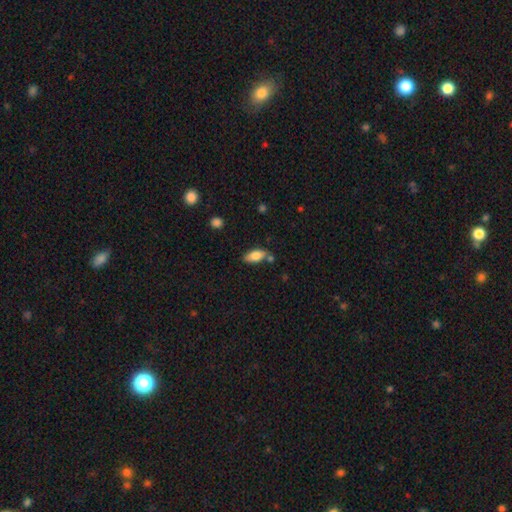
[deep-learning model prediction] Overall: smooth (77%). How rounded: in between (85%). Merging: none (69%).